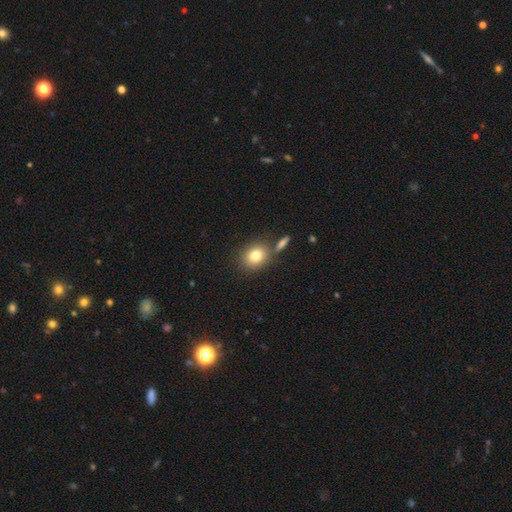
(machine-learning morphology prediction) Overall: smooth (79%). How rounded: round (56%; in between 42%). Merging: none (69%).